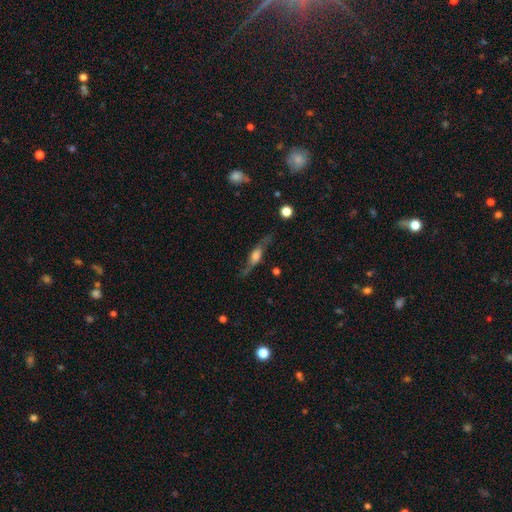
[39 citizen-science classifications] Volunteers were most divided on "smooth or featured": featured or disk: 64%, smooth: 36%, star or artifact: 0%. More confident: edge-on disk — yes (88%); merging — none (77%); edge-on bulge — rounded (68%).